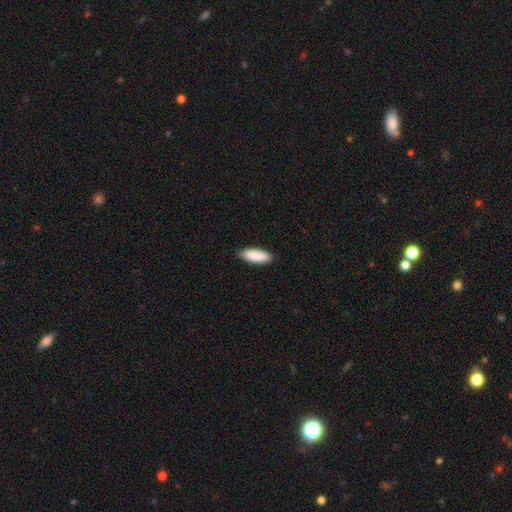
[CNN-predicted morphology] smooth 90%, star or artifact 5%, featured or disk 5%. Down the decision tree: how rounded — in between (70%); merging — none (89%).